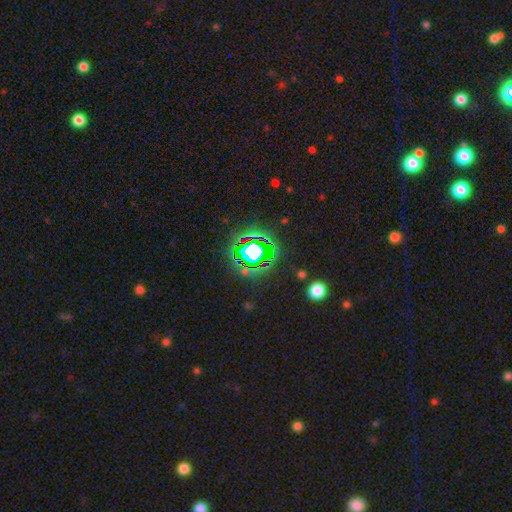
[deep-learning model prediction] Smooth or featured?
  - star or artifact: 71% *
  - smooth: 17%
  - featured or disk: 12%